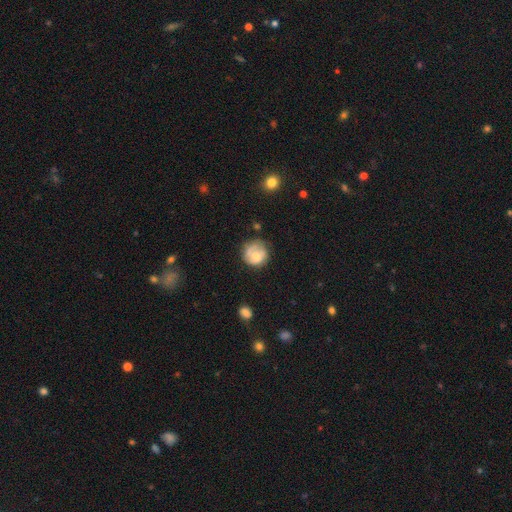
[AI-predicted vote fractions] This appears to be a smooth galaxy with no disk features (60%) that is round (86%). Merging: none (57%).